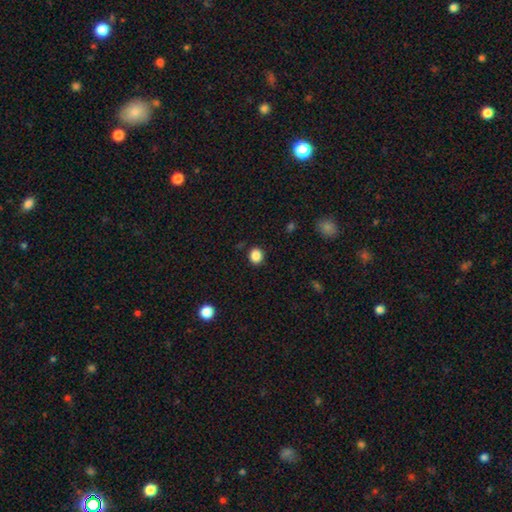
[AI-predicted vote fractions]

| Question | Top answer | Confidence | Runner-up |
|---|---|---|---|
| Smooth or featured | smooth | 86% | star or artifact (10%) |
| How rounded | round | 80% | in between (19%) |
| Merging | none | 89% | minor disturbance (7%) |